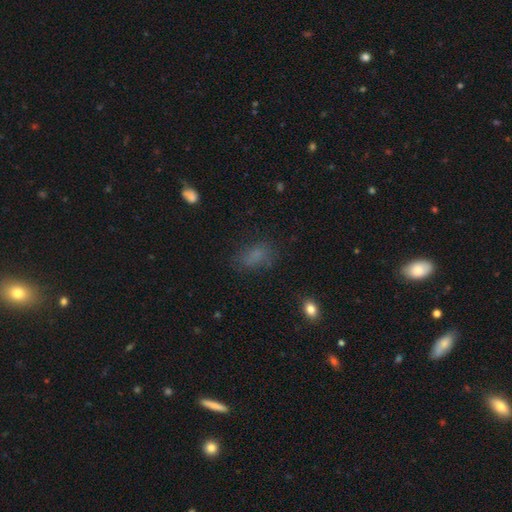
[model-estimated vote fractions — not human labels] This appears to be a smooth galaxy with no disk features (73%) that is in between round and cigar-shaped (84%). Merging: none (68%).